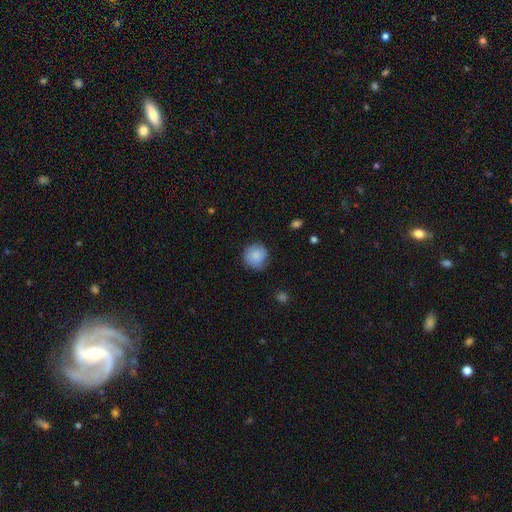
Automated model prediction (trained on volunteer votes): This appears to be a smooth galaxy with no disk features (86%) that is round (94%). Merging: none (84%).